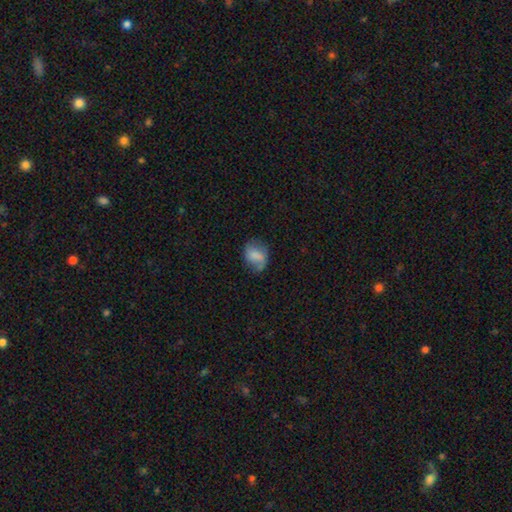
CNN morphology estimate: smooth 66%, featured or disk 25%, star or artifact 9%. Down the decision tree: how rounded — in between (61%); merging — none (50%).